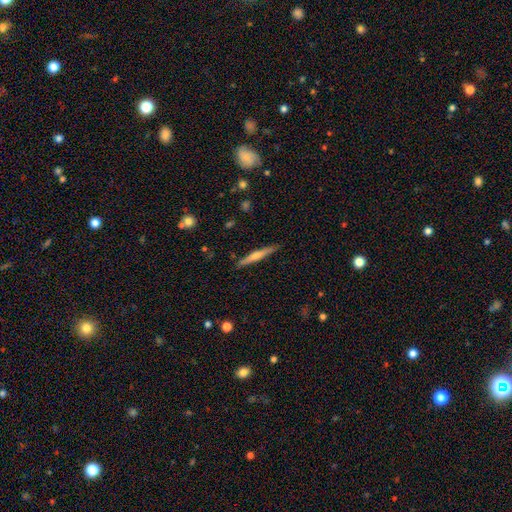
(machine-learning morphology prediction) A featured or disk galaxy (51%) viewed edge-on (97%). Merging: none (89%).